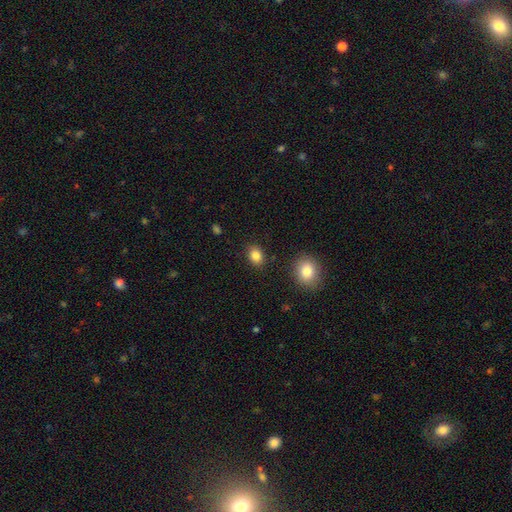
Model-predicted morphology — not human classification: smooth_or_featured: smooth (p=0.85) [alt: star or artifact p=0.10]
how_rounded: in between (p=0.53) [alt: round p=0.46]
merging: none (p=0.86) [alt: minor disturbance p=0.09]